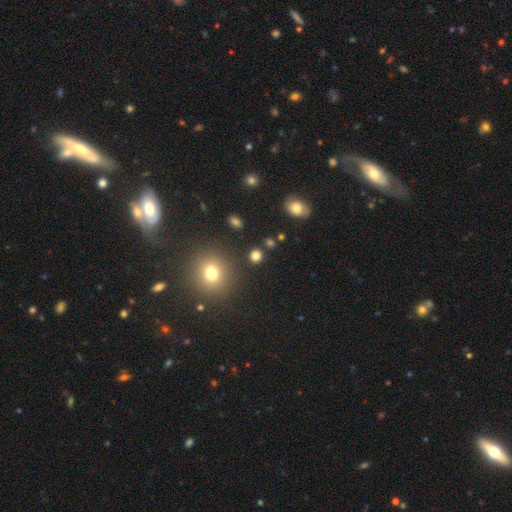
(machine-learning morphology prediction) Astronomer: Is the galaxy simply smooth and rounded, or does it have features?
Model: smooth — 76%.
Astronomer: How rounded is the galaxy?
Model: round — 84%.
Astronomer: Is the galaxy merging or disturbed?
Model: none — 85%.